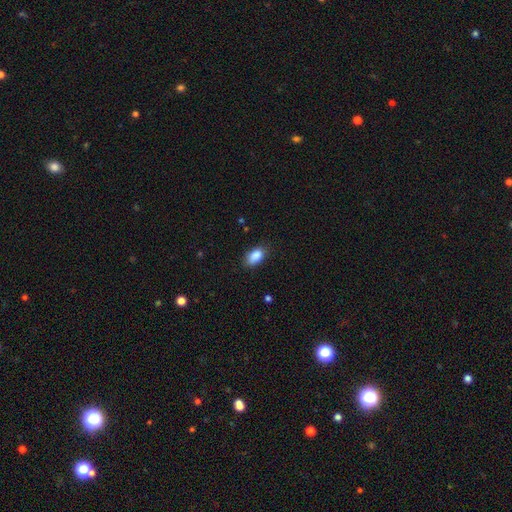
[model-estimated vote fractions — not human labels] Smooth or featured: smooth — 87% (star or artifact — 8%)
How rounded: in between — 91% (round — 6%)
Merging: none — 77% (minor disturbance — 18%)